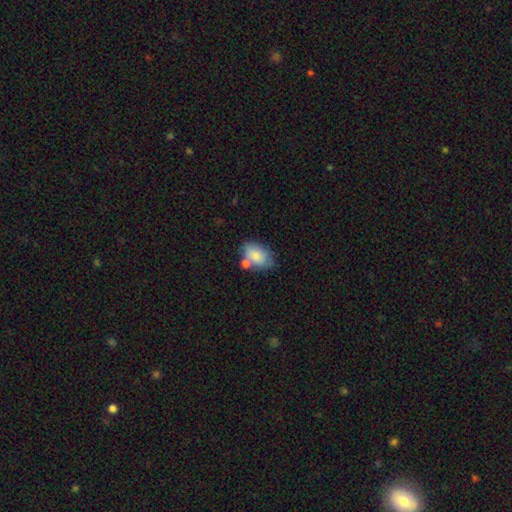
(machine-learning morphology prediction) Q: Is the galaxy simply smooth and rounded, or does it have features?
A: smooth — 82%.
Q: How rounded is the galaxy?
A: in between — 89%.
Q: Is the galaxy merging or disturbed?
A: none — 56%.